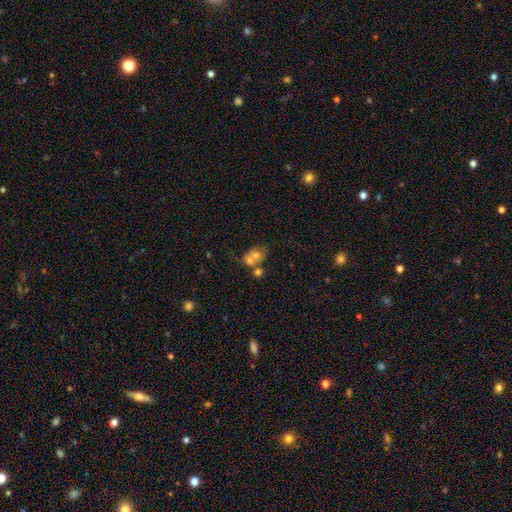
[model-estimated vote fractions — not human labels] Overall: smooth (62%; featured or disk 26%). How rounded: in between (55%; round 44%). Merging: merger (55%; none 29%).